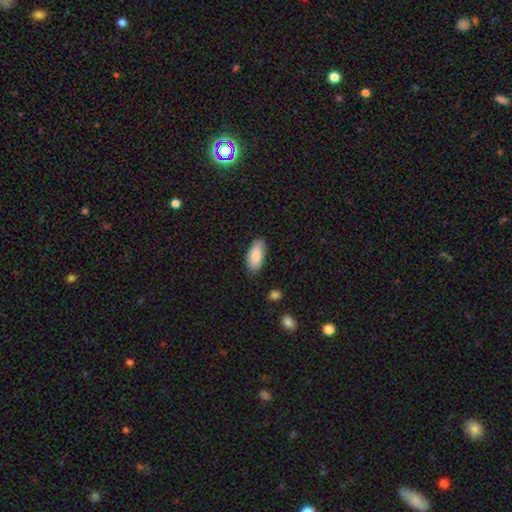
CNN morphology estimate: Q: Smooth or featured?
A: smooth (84%); runner-up: featured or disk (10%)
Q: How rounded?
A: in between (91%); runner-up: cigar-shaped (6%)
Q: Merging?
A: none (81%); runner-up: minor disturbance (14%)